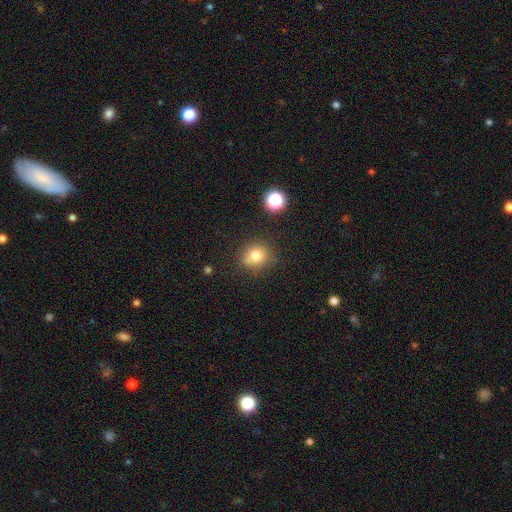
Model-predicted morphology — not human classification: The model was most divided on "merging": none: 70%, minor disturbance: 17%, merger: 9%, major disturbance: 4%. More confident: how rounded — round (78%); smooth or featured — smooth (76%).